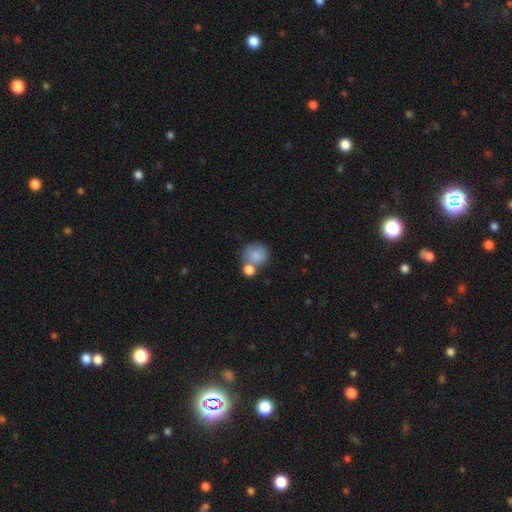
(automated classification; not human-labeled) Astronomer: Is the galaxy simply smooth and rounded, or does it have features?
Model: smooth — 80%.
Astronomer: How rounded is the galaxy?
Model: round — 84%.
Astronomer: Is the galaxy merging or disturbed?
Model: none — 45% (runner-up: merger, 37%).